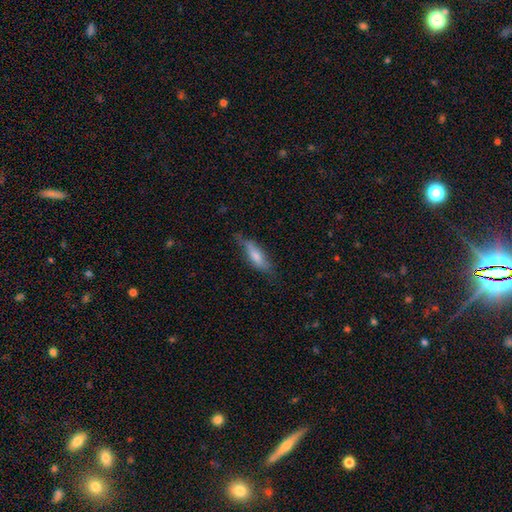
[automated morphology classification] smooth 59%, featured or disk 34%, star or artifact 7%. Down the decision tree: how rounded — cigar-shaped (58%); merging — none (66%).